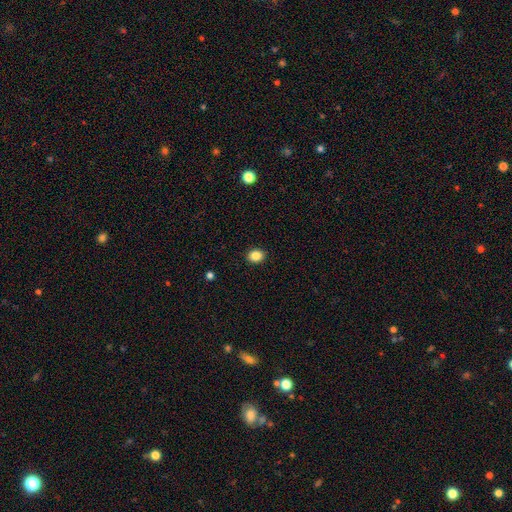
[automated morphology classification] smooth 86%, star or artifact 10%, featured or disk 4%. Down the decision tree: how rounded — round (54%); merging — none (91%).